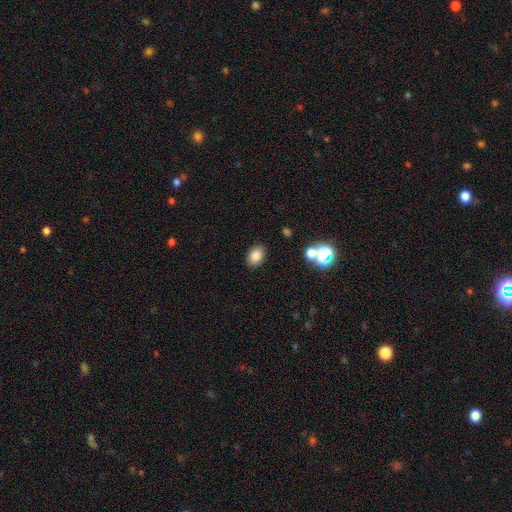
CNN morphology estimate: A smooth galaxy with no disk features (81%) that is in between round and cigar-shaped (80%).

Vote fractions:
- Smooth or featured? smooth: 81% / star or artifact: 11% / featured or disk: 8%
- How rounded? in between: 80% / round: 19% / cigar-shaped: 1%
- Merging? none: 87% / minor disturbance: 8% / merger: 2% / major disturbance: 2%